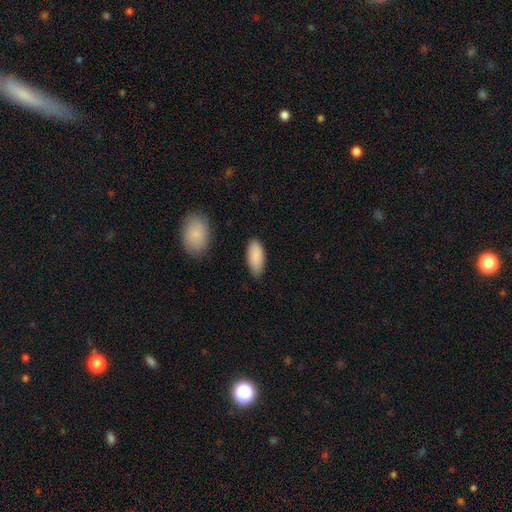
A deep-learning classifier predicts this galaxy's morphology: A smooth galaxy with no disk features (89%) that is in between round and cigar-shaped (87%). Merging: none (82%).